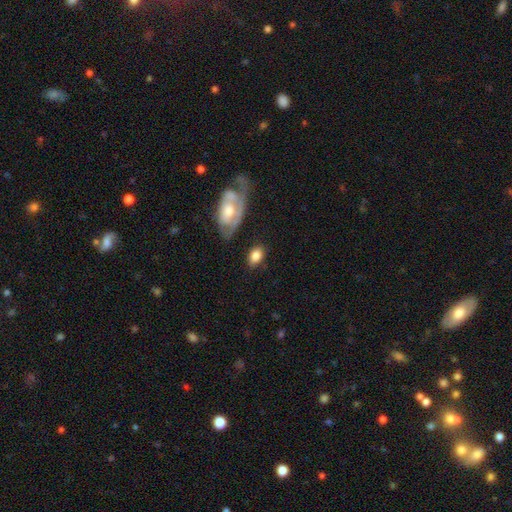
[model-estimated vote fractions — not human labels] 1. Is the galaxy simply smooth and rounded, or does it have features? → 80% smooth, 13% featured or disk, 7% star or artifact.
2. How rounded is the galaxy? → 86% in between, 12% round, 2% cigar-shaped.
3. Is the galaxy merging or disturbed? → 73% none, 17% minor disturbance, 6% major disturbance, 4% merger.